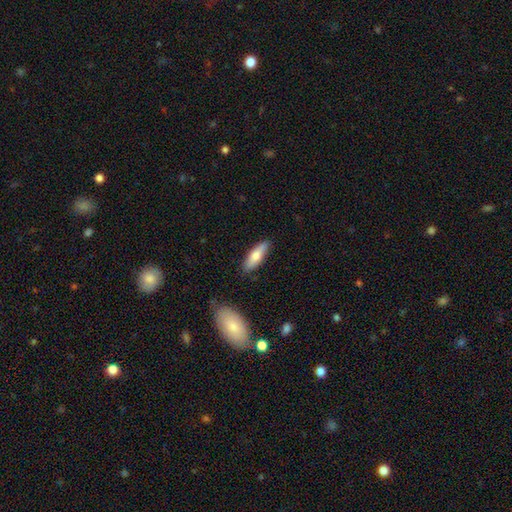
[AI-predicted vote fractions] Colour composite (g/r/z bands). It shows a smooth galaxy with no disk features (70%) that is cigar-shaped (50%). Merging: none (85%).